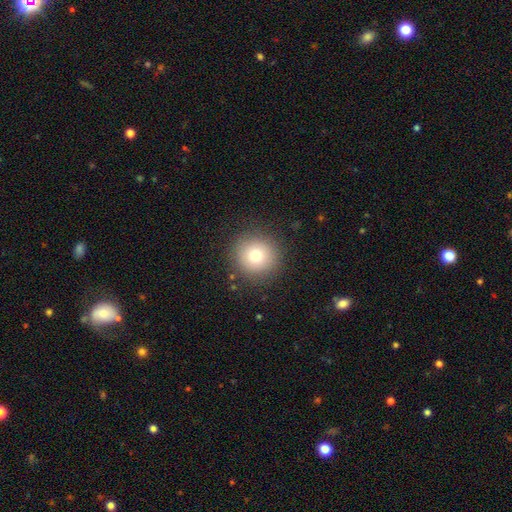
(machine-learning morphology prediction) Overall: smooth (75%). How rounded: round (95%). Merging: none (89%).